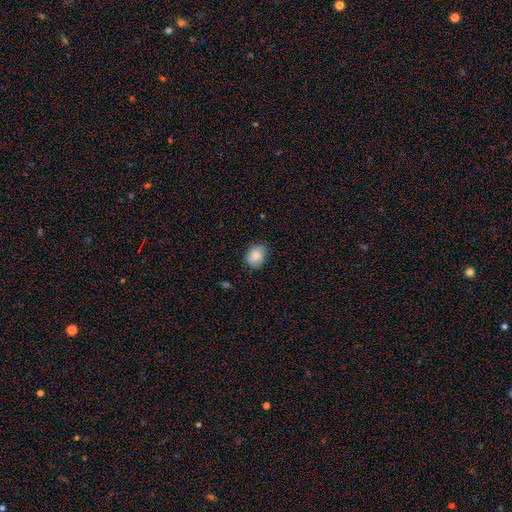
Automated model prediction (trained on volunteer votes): Q: Smooth or featured?
A: smooth (84%); runner-up: featured or disk (8%)
Q: How rounded?
A: in between (51%); runner-up: round (48%)
Q: Merging?
A: none (75%); runner-up: minor disturbance (20%)